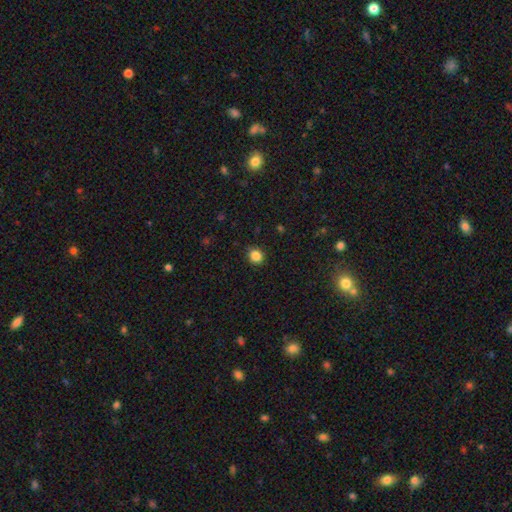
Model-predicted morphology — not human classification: Smooth or featured? Predicted: smooth (p=0.85). How rounded? Predicted: round (p=0.78). Merging? Predicted: none (p=0.87).